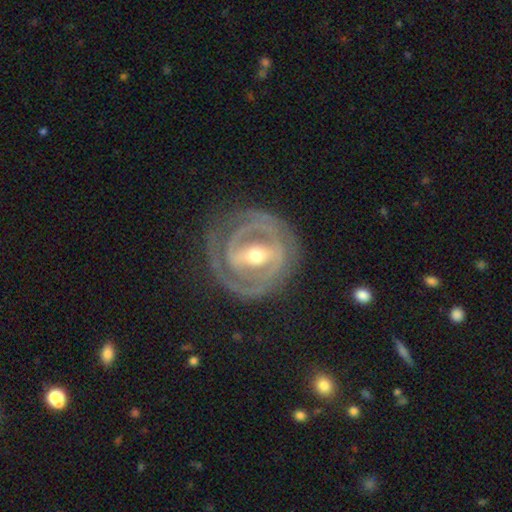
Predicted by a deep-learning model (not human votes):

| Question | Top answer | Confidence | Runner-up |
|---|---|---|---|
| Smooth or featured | featured or disk | 88% | smooth (8%) |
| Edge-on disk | no | 96% | yes (4%) |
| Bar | strong | 55% | weak (31%) |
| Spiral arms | yes | 89% | no (11%) |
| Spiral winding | tight | 69% | medium (25%) |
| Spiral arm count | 2 | 70% | can't tell (13%) |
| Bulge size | moderate | 61% | small (34%) |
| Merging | none | 78% | minor disturbance (14%) |